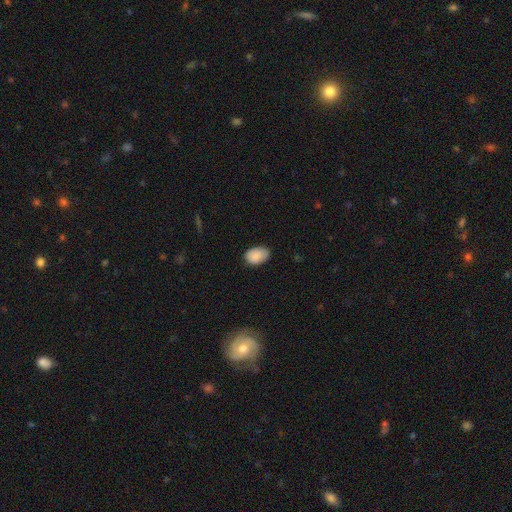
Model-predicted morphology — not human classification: smooth 89%, star or artifact 7%, featured or disk 4%. Down the decision tree: how rounded — in between (85%); merging — none (73%).